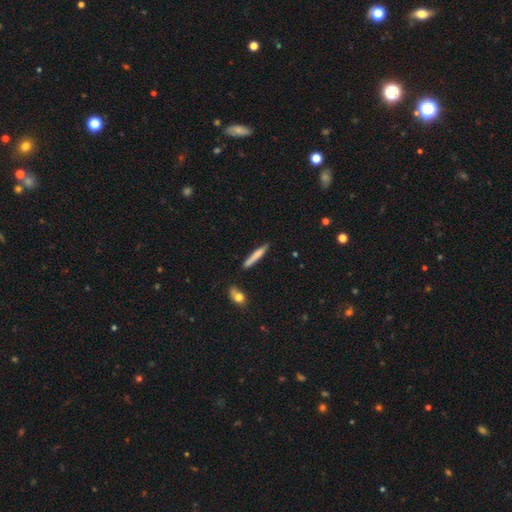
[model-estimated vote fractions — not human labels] This is likely a smooth galaxy (70%). How rounded: clearly cigar-shaped (94%). Merging: clearly none (83%).